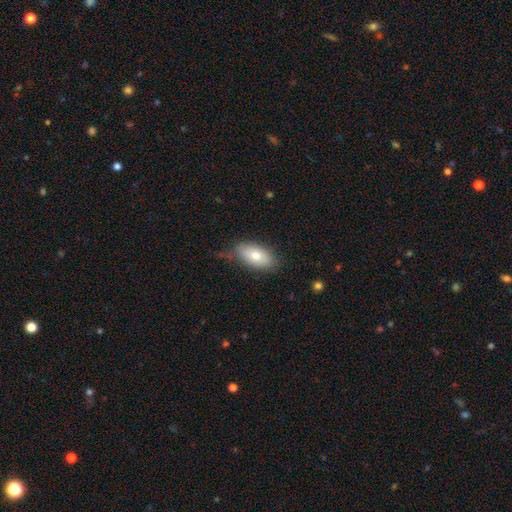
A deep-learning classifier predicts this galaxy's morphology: Smooth or featured?
  - smooth: 77% *
  - featured or disk: 16%
  - star or artifact: 7%
How rounded?
  - in between: 91% *
  - cigar-shaped: 4%
  - round: 4%
Merging?
  - none: 70% *
  - minor disturbance: 22%
  - major disturbance: 6%
  - merger: 2%